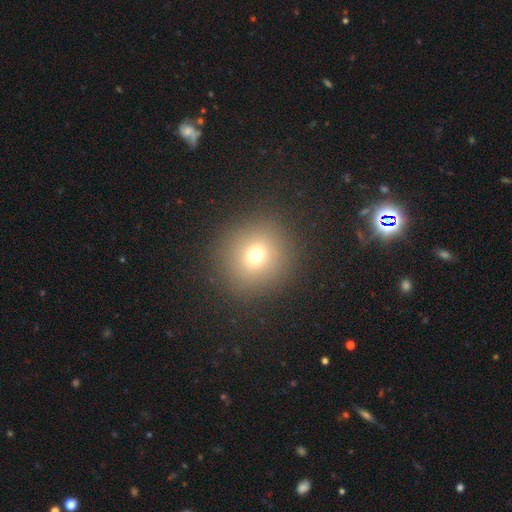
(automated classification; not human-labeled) A smooth galaxy with no disk features (71%) that is round (90%).

Vote fractions:
- Smooth or featured? smooth: 71% / star or artifact: 18% / featured or disk: 11%
- How rounded? round: 90% / in between: 9% / cigar-shaped: 1%
- Merging? none: 90% / minor disturbance: 6% / major disturbance: 3% / merger: 1%